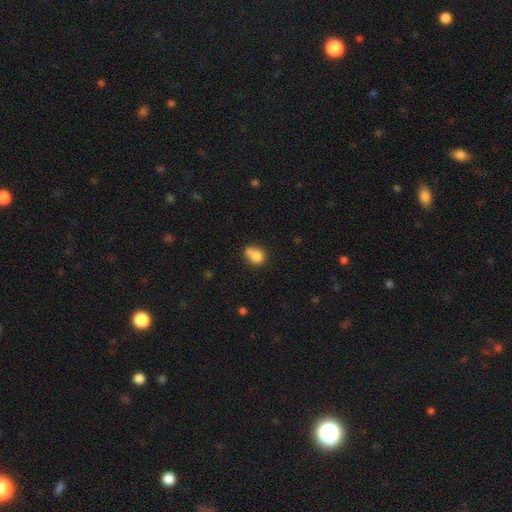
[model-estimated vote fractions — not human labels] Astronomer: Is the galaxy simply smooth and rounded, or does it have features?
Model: smooth — 79%.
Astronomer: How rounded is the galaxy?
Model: round — 51% (runner-up: in between, 48%).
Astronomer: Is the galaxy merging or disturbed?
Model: none — 42% (runner-up: merger, 29%).